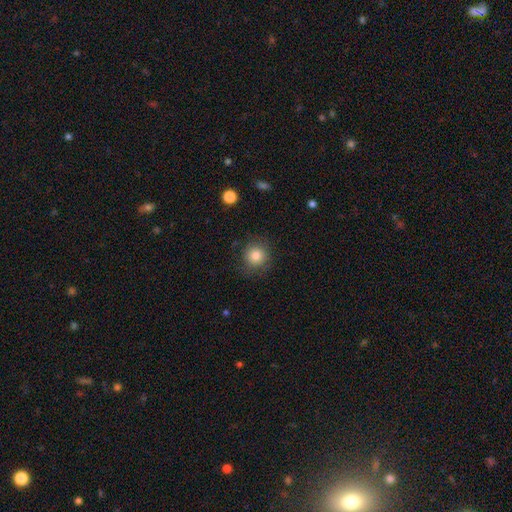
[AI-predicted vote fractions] smooth_or_featured: smooth (p=0.83) [alt: star or artifact p=0.10]
how_rounded: round (p=0.91) [alt: in between p=0.08]
merging: none (p=0.82) [alt: minor disturbance p=0.12]